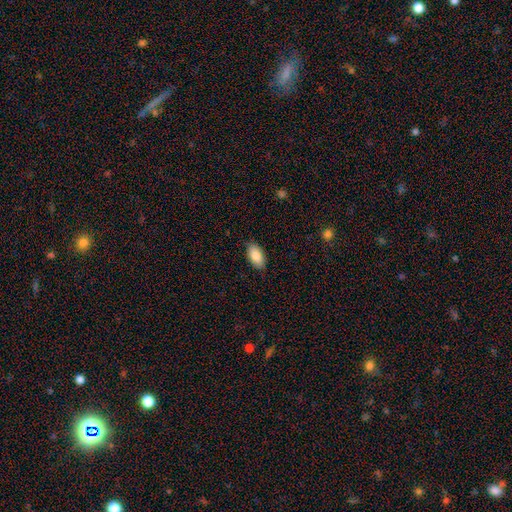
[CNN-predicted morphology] A smooth galaxy with no disk features (85%) that is in between round and cigar-shaped (94%).

Vote fractions:
- Smooth or featured? smooth: 85% / featured or disk: 8% / star or artifact: 6%
- How rounded? in between: 94% / cigar-shaped: 3% / round: 3%
- Merging? none: 88% / minor disturbance: 9% / major disturbance: 2% / merger: 1%